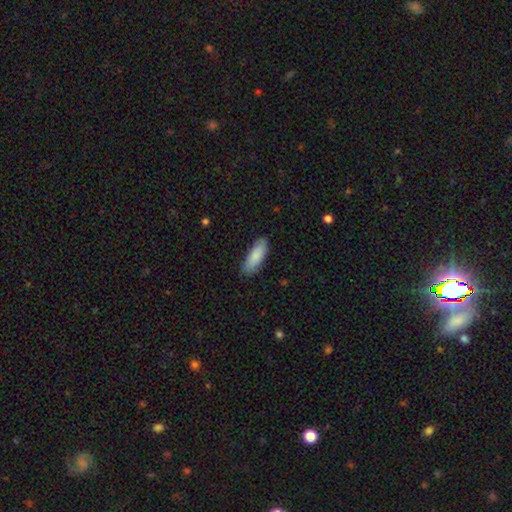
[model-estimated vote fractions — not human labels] smooth 85%, featured or disk 10%, star or artifact 5%. Down the decision tree: how rounded — in between (68%); merging — none (84%).